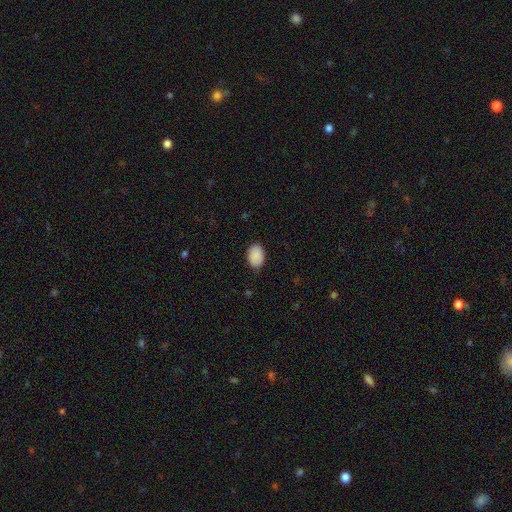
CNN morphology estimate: Q: Smooth or featured?
A: smooth (90%); runner-up: star or artifact (7%)
Q: How rounded?
A: in between (85%); runner-up: round (14%)
Q: Merging?
A: none (85%); runner-up: minor disturbance (12%)